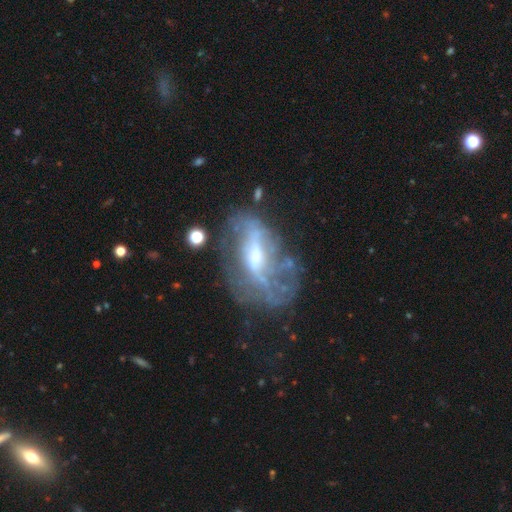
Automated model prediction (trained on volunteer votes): Smooth or featured?
  - featured or disk: 71% *
  - smooth: 19%
  - star or artifact: 10%
Edge-on disk?
  - no: 91% *
  - yes: 9%
Bar?
  - weak: 40% *
  - no: 31%
  - strong: 29%
Spiral arms?
  - yes: 53% *
  - no: 47%
Bulge size?
  - moderate: 47% *
  - small: 32%
  - none: 11%
  - large: 9%
  - dominant: 2%
Merging?
  - none: 43% *
  - major disturbance: 28%
  - minor disturbance: 22%
  - merger: 6%